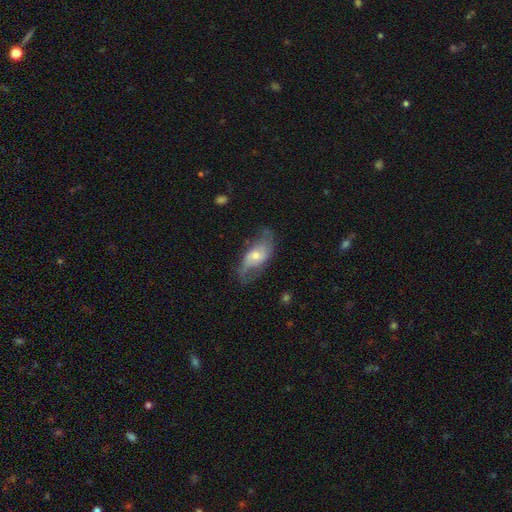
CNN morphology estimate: Smooth or featured? Predicted: featured or disk (p=0.62). Edge-on disk? Predicted: no (p=0.90). Bar? Predicted: no (p=0.62). Spiral arms? Predicted: yes (p=0.80). Bulge size? Predicted: small (p=0.49). Merging? Predicted: none (p=0.60).